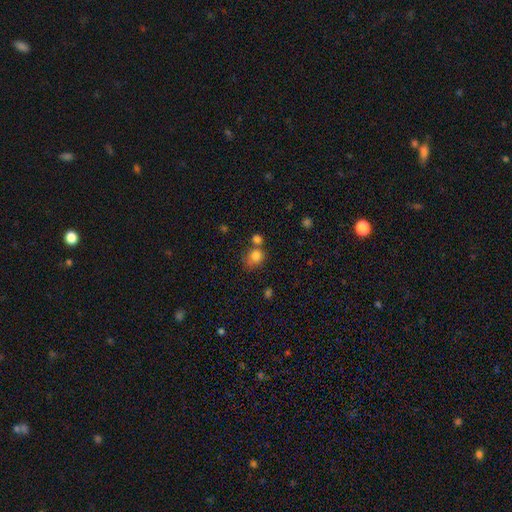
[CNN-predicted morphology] smooth-or-featured: smooth: 81% | star or artifact: 11% | featured or disk: 8%
  how-rounded: round: 67% | in between: 32% | cigar-shaped: 1%
  merging: none: 50% | merger: 27% | minor disturbance: 16% | major disturbance: 7%